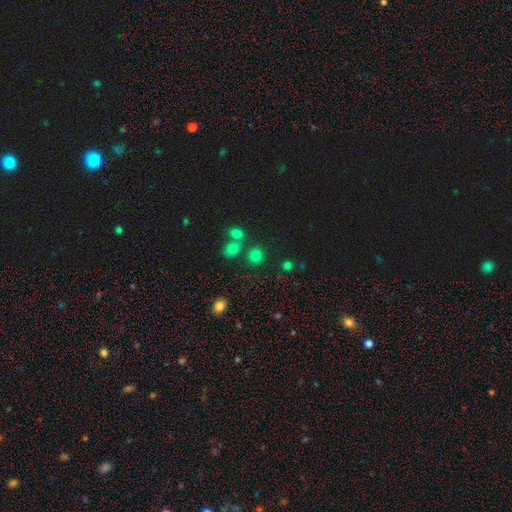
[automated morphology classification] A smooth galaxy with no disk features (77%) that is round (83%).

Vote fractions:
- Smooth or featured? smooth: 77% / star or artifact: 16% / featured or disk: 6%
- How rounded? round: 83% / in between: 16% / cigar-shaped: 1%
- Merging? none: 73% / merger: 15% / minor disturbance: 8% / major disturbance: 4%